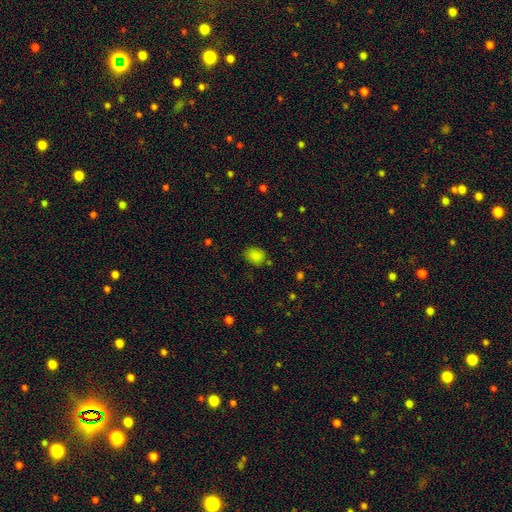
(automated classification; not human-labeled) Smooth or featured? smooth (83%)
How rounded? round (52%)
Merging? none (78%)